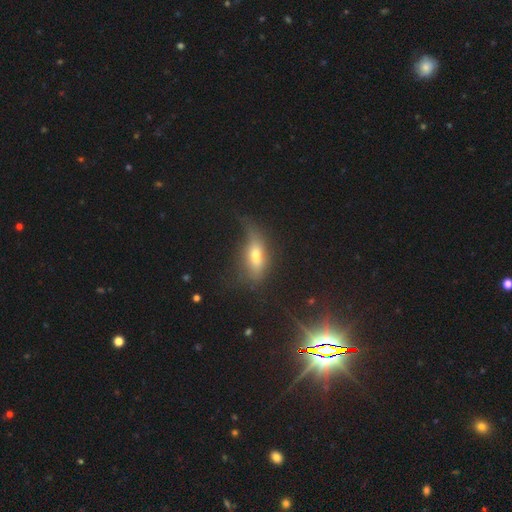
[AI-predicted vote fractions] smooth-or-featured: smooth: 46% | featured or disk: 34% | star or artifact: 20%
  merging: none: 46% | minor disturbance: 30% | major disturbance: 21% | merger: 3%